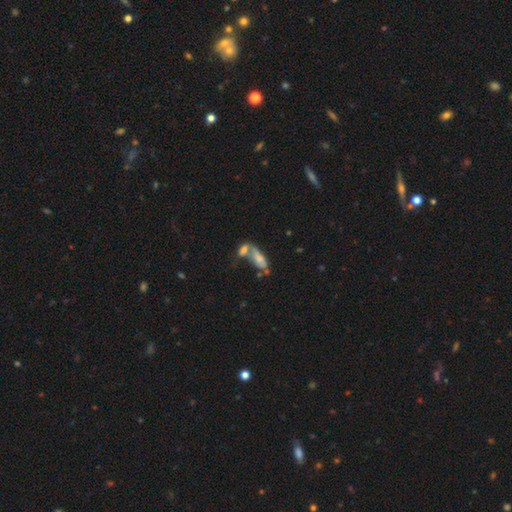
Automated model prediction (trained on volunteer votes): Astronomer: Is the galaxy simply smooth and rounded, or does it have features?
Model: smooth — 56% (runner-up: featured or disk, 33%).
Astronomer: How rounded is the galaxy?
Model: in between — 65%.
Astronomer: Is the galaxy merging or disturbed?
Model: merger — 52% (runner-up: none, 28%).